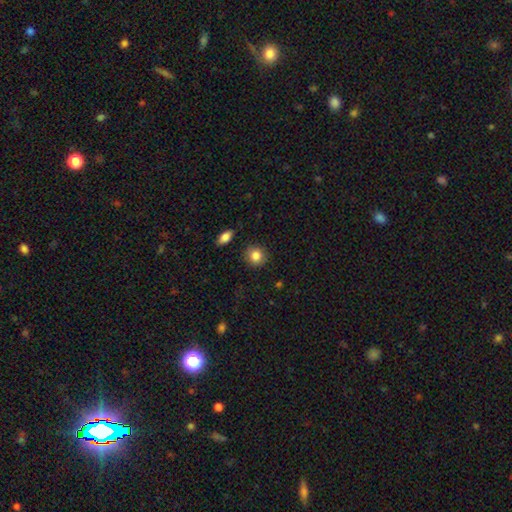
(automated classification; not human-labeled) Smooth or featured: smooth — 85% (star or artifact — 9%)
How rounded: round — 87% (in between — 12%)
Merging: none — 88% (minor disturbance — 8%)